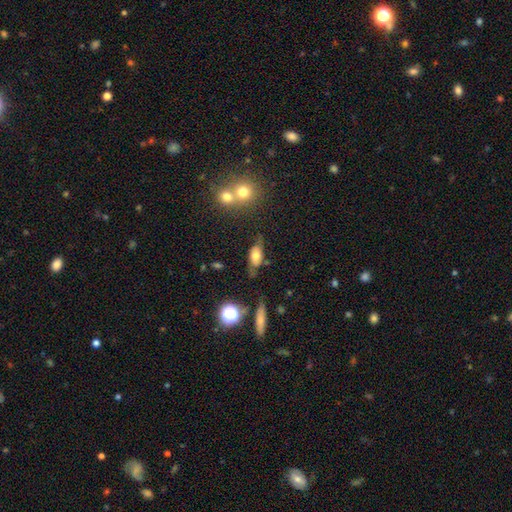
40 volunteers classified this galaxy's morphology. Smooth or featured?
  - smooth: 55% *
  - featured or disk: 45%
  - star or artifact: 0%
How rounded?
  - in between: 64% *
  - cigar-shaped: 36%
  - round: 0%
Merging?
  - none: 48% *
  - minor disturbance: 32%
  - major disturbance: 18%
  - merger: 2%